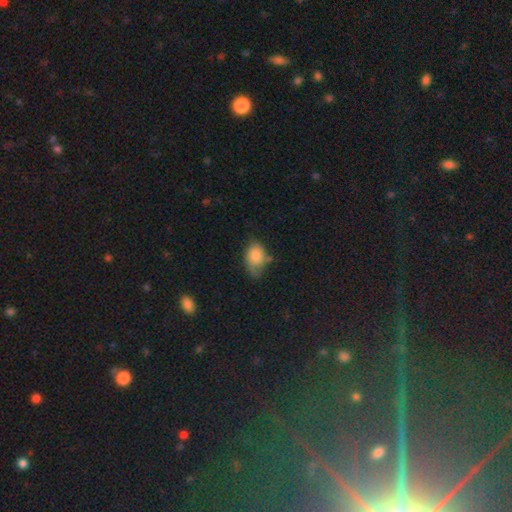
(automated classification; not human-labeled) smooth_or_featured: smooth (p=0.78) [alt: featured or disk p=0.14]
how_rounded: in between (p=0.78) [alt: round p=0.21]
merging: minor disturbance (p=0.40) [alt: none p=0.39]